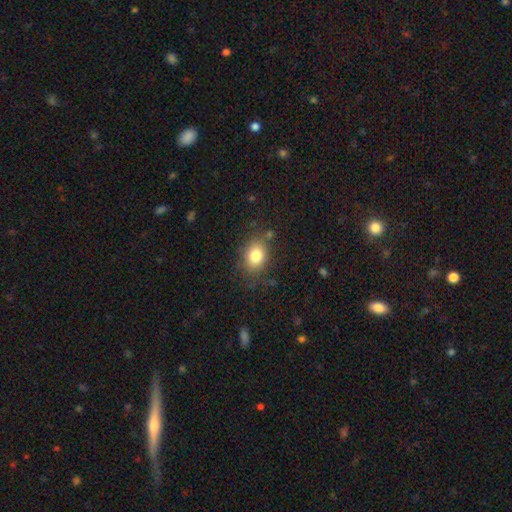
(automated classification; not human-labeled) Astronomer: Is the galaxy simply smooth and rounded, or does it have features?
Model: smooth — 81%.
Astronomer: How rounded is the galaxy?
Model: in between — 56% (runner-up: round, 43%).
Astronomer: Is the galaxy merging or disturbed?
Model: none — 77%.